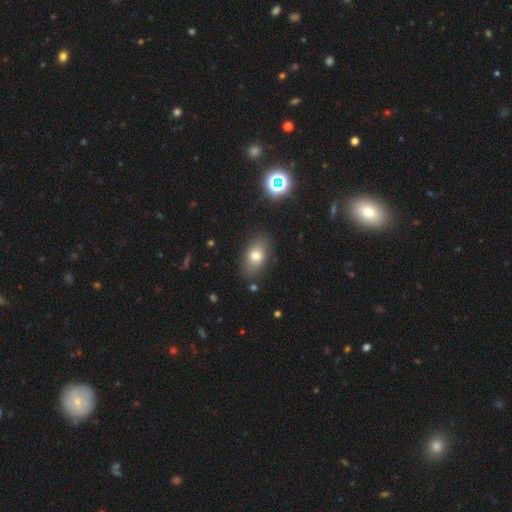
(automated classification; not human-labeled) Smooth or featured: smooth — 76% (featured or disk — 14%)
How rounded: in between — 88% (round — 9%)
Merging: none — 82% (minor disturbance — 12%)